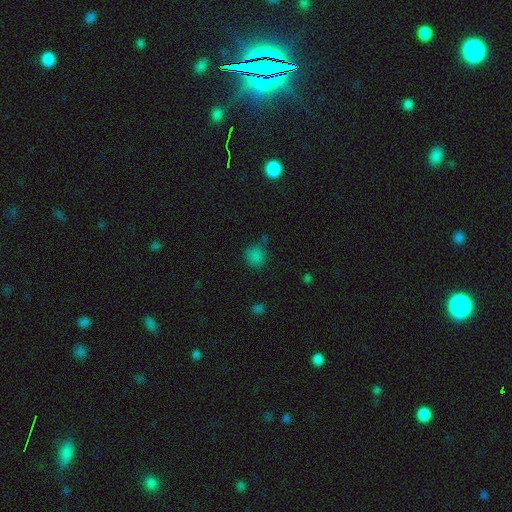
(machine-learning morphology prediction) Overall: smooth (78%). How rounded: round (86%). Merging: none (69%).